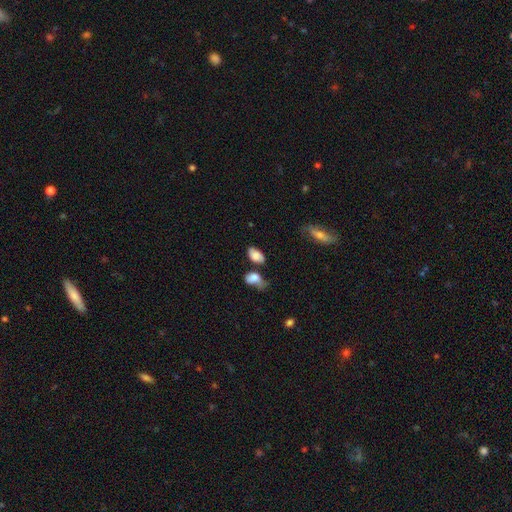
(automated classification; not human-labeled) Overall: smooth (79%). How rounded: in between (92%). Merging: none (57%; minor disturbance 22%).